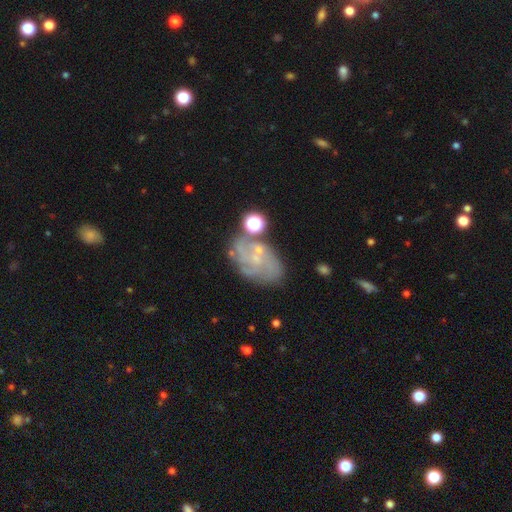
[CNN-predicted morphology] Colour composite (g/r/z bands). It shows a featured or disk galaxy (51%). Merging: none (59%).